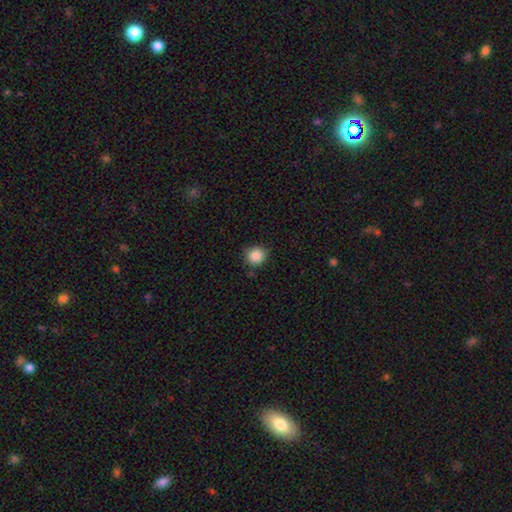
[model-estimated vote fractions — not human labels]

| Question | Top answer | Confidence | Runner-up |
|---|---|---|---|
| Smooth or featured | smooth | 87% | star or artifact (10%) |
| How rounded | round | 91% | in between (8%) |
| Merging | none | 86% | minor disturbance (10%) |